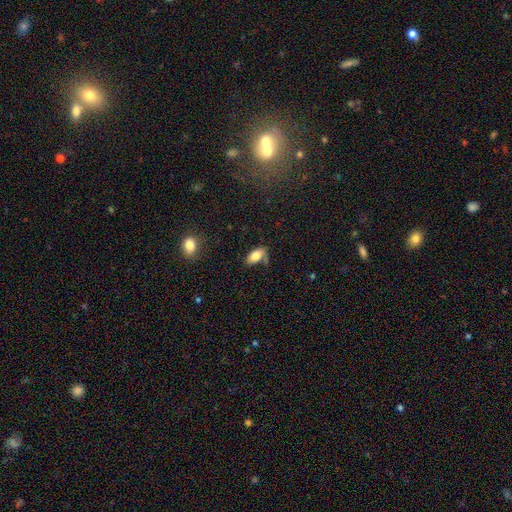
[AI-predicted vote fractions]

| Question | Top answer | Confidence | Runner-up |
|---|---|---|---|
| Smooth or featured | smooth | 80% | featured or disk (13%) |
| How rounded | in between | 91% | cigar-shaped (5%) |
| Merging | none | 64% | minor disturbance (21%) |